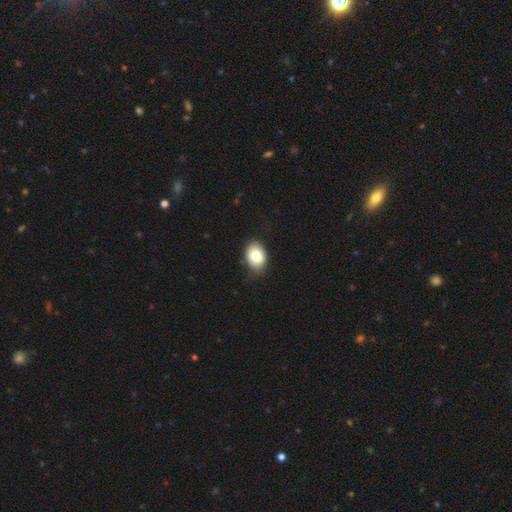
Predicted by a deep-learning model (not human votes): This is likely a smooth galaxy (78%). How rounded: likely in between (73%). Merging: likely none (78%).